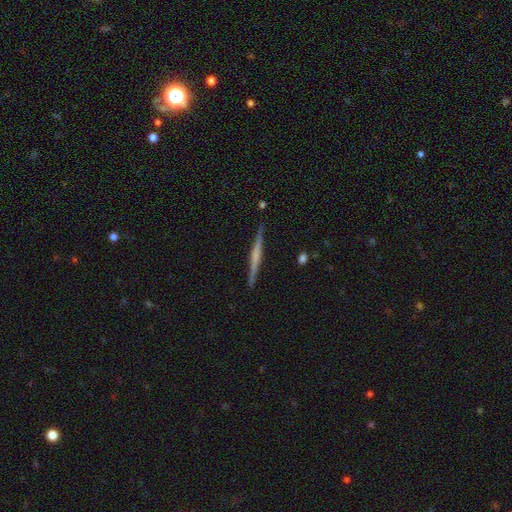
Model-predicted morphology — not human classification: Smooth or featured?
  - featured or disk: 69% *
  - smooth: 26%
  - star or artifact: 6%
Edge-on disk?
  - yes: 98% *
  - no: 2%
Edge-on bulge?
  - rounded: 42% *
  - none: 38%
  - boxy: 20%
Merging?
  - none: 91% *
  - minor disturbance: 7%
  - major disturbance: 1%
  - merger: 1%